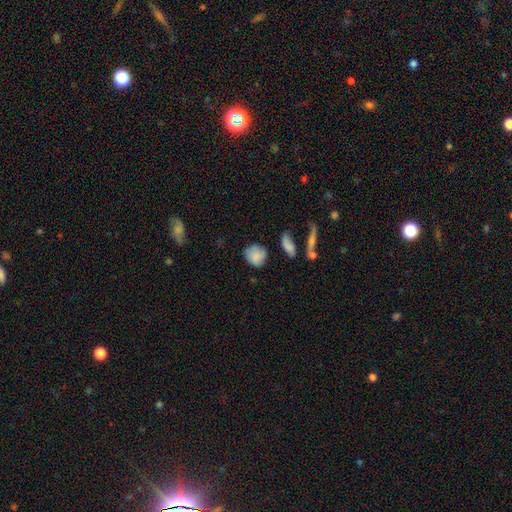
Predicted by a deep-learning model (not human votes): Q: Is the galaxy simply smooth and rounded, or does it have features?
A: smooth — 83%.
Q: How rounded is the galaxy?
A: round — 72%.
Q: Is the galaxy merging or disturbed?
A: none — 68%.